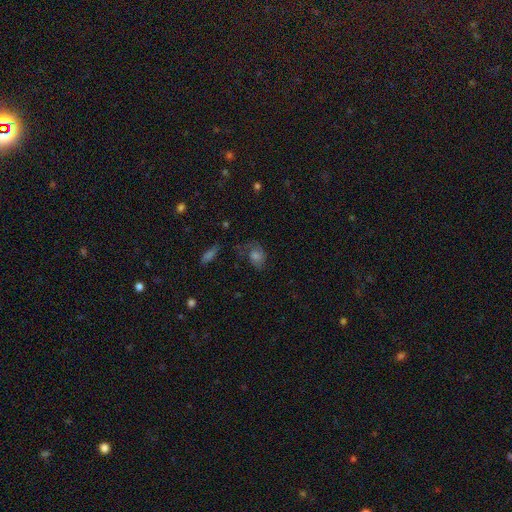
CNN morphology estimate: smooth_or_featured: smooth (p=0.45) [alt: featured or disk p=0.35]
merging: none (p=0.50) [alt: minor disturbance p=0.23]